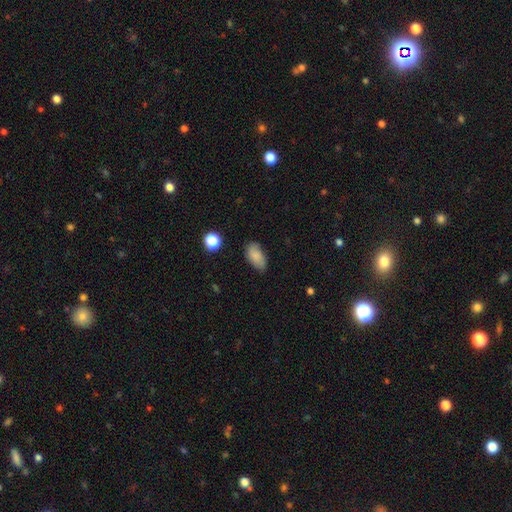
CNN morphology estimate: smooth-or-featured: smooth: 83% | star or artifact: 9% | featured or disk: 8%
  how-rounded: in between: 92% | round: 5% | cigar-shaped: 3%
  merging: none: 75% | minor disturbance: 20% | major disturbance: 4% | merger: 2%